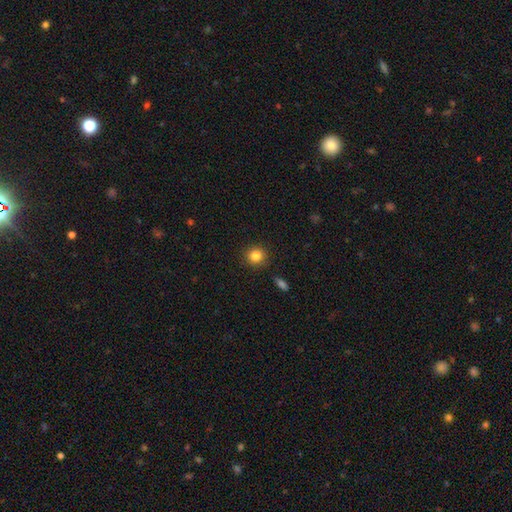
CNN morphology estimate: Overall: smooth (84%). How rounded: round (88%). Merging: none (89%).